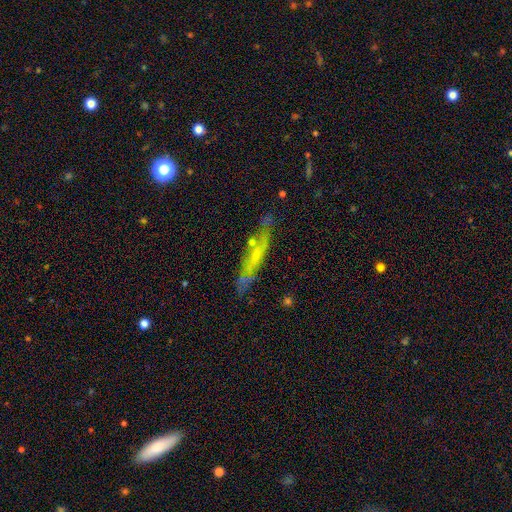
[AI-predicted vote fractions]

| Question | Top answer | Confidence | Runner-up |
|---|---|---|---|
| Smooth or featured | featured or disk | 55% | smooth (36%) |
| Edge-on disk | yes | 67% | no (33%) |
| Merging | none | 70% | minor disturbance (19%) |